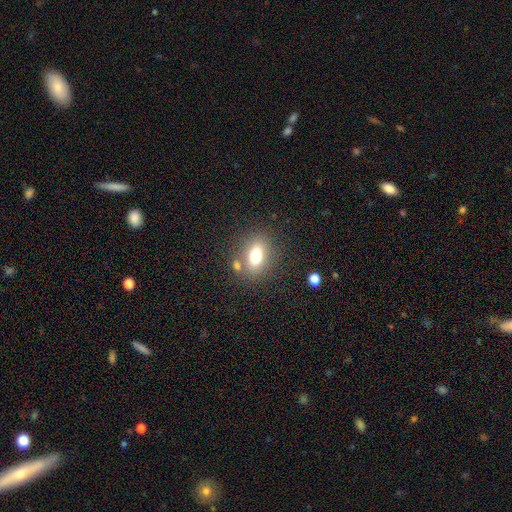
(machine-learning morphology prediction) A smooth galaxy with no disk features (74%) that is in between round and cigar-shaped (76%). Merging: none (72%).